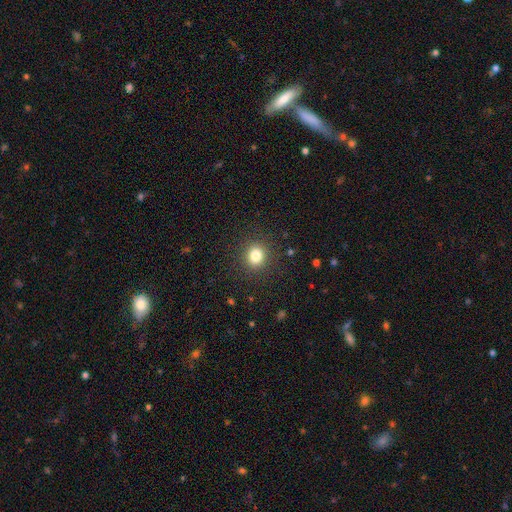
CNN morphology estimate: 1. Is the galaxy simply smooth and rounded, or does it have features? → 82% smooth, 12% star or artifact, 6% featured or disk.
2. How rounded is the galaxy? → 82% round, 17% in between, 1% cigar-shaped.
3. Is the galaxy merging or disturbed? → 89% none, 7% minor disturbance, 3% major disturbance, 1% merger.